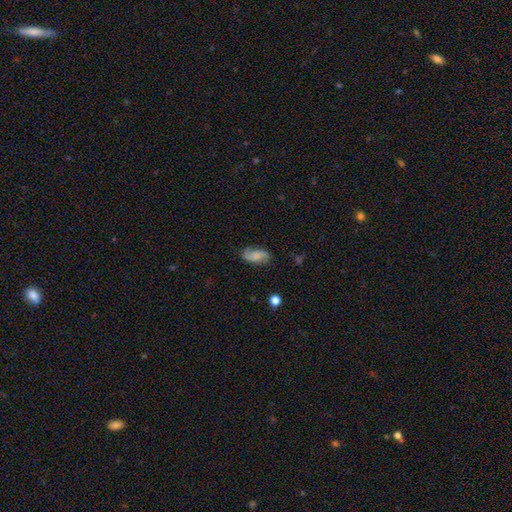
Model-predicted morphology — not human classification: Smooth or featured?
  - smooth: 57% *
  - featured or disk: 34%
  - star or artifact: 9%
How rounded?
  - in between: 88% *
  - cigar-shaped: 6%
  - round: 5%
Merging?
  - none: 67% *
  - minor disturbance: 23%
  - major disturbance: 8%
  - merger: 2%